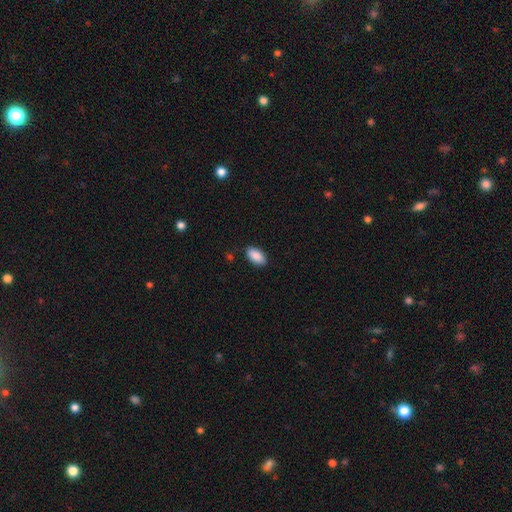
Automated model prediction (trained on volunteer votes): smooth 90%, star or artifact 6%, featured or disk 3%. Down the decision tree: how rounded — in between (94%); merging — none (87%).